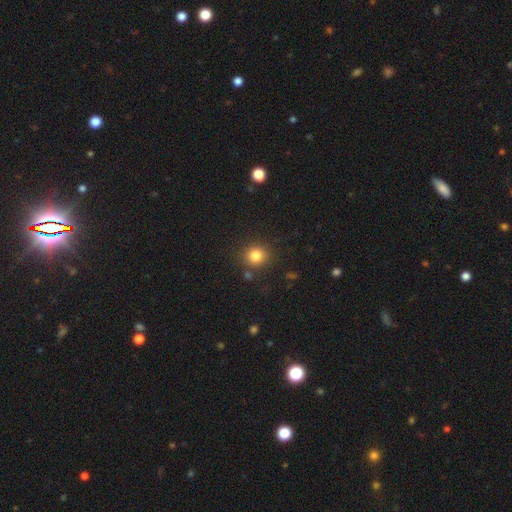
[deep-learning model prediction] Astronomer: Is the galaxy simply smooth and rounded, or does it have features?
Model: smooth — 82%.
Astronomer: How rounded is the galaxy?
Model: round — 87%.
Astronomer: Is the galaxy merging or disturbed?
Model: none — 83%.